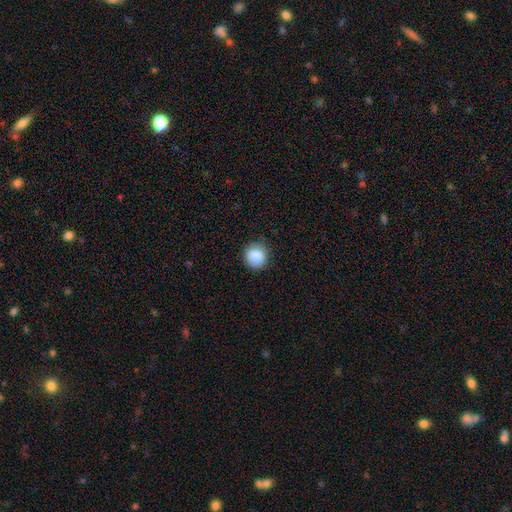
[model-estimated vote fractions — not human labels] Smooth or featured? Predicted: smooth (p=0.87). How rounded? Predicted: round (p=0.87). Merging? Predicted: none (p=0.82).